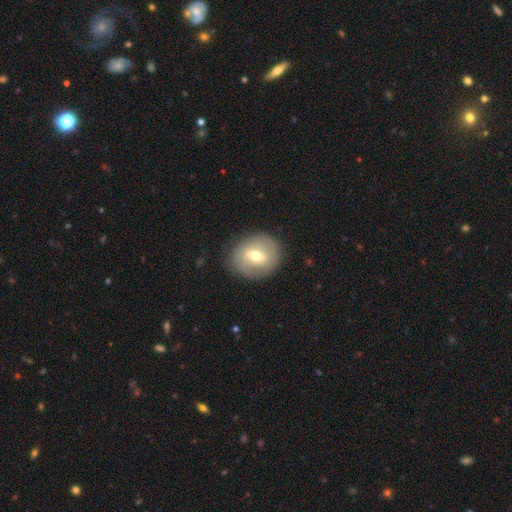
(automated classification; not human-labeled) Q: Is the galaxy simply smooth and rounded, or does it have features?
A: featured or disk — 48%.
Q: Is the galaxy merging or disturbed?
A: none — 83%.